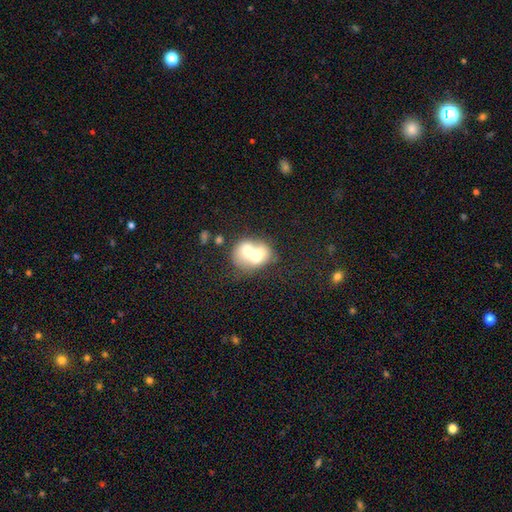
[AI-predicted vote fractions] Smooth or featured: smooth — 62% (featured or disk — 30%)
How rounded: round — 56% (in between — 43%)
Merging: merger — 76% (none — 15%)